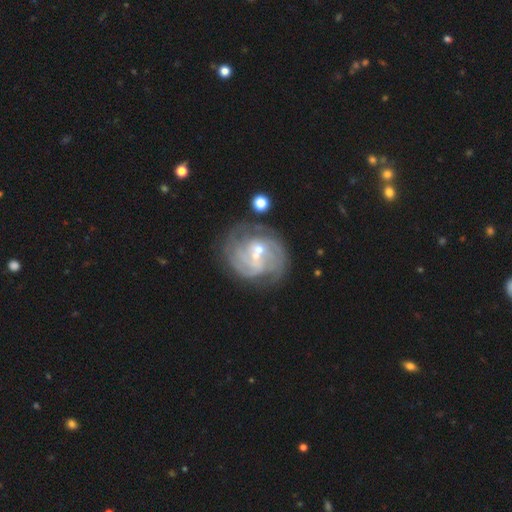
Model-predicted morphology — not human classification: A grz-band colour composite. It shows a featured or disk galaxy (84%) with no bar (48%), tight (59%) spiral arms (94%) and a small central bulge (70%). Merging: none (56%).